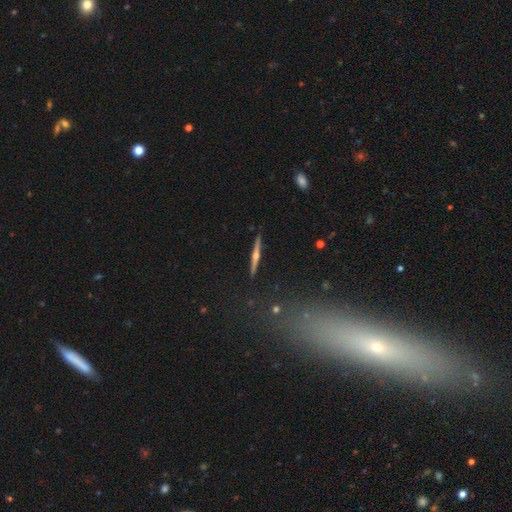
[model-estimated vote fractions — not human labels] Smooth or featured?
  - featured or disk: 74% *
  - smooth: 18%
  - star or artifact: 8%
Edge-on disk?
  - yes: 98% *
  - no: 2%
Edge-on bulge?
  - rounded: 87% *
  - none: 8%
  - boxy: 4%
Merging?
  - none: 91% *
  - minor disturbance: 6%
  - major disturbance: 1%
  - merger: 1%